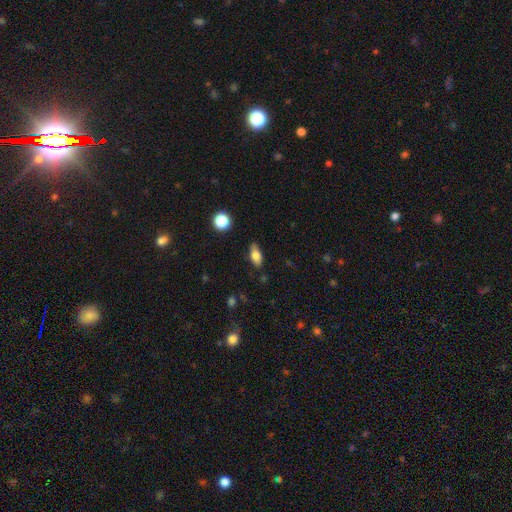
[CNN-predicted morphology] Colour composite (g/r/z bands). It shows a smooth galaxy with no disk features (78%) that is in between round and cigar-shaped (84%). Merging: none (81%).